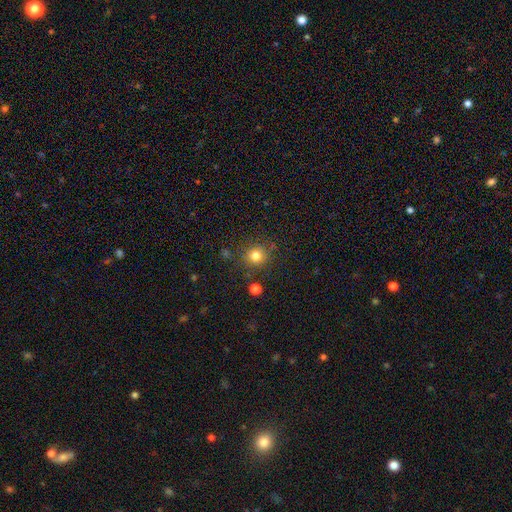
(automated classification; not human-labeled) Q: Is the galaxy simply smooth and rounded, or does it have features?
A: smooth — 81%.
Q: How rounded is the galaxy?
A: round — 92%.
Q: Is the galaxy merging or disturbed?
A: none — 83%.